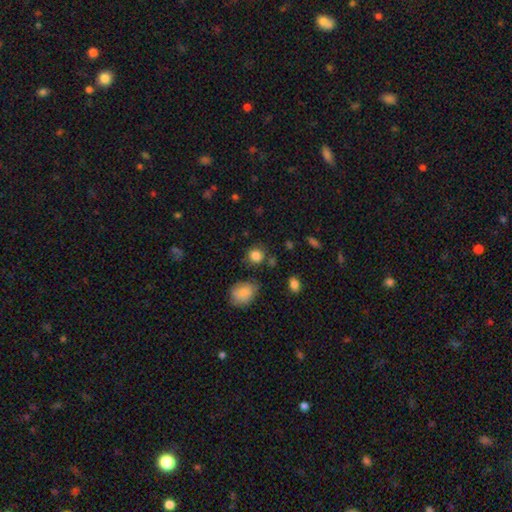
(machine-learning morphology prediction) Smooth or featured: smooth — 84% (star or artifact — 11%)
How rounded: round — 81% (in between — 18%)
Merging: none — 78% (minor disturbance — 13%)